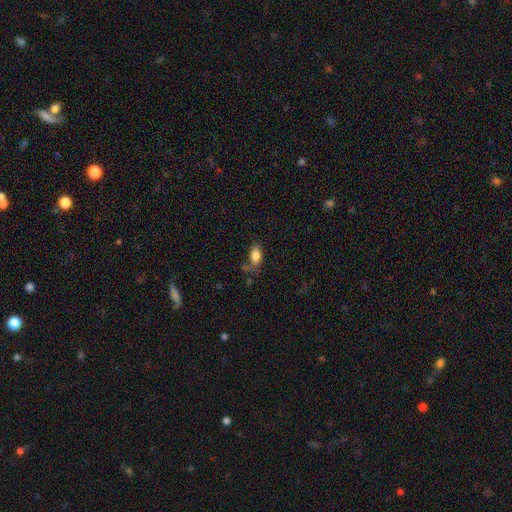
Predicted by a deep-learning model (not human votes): A smooth galaxy with no disk features (83%) that is in between round and cigar-shaped (88%). Merging: none (60%).